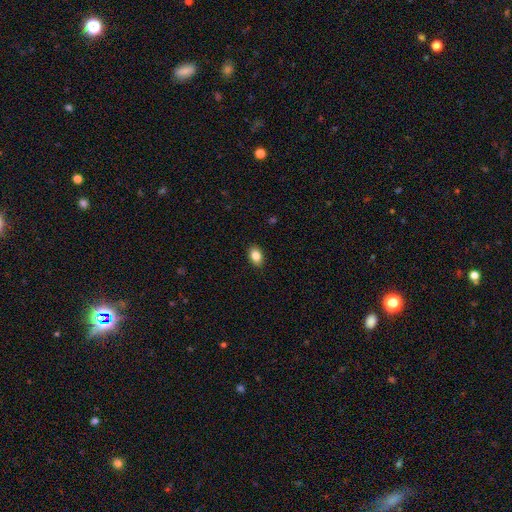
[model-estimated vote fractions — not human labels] A smooth galaxy with no disk features (85%) that is in between round and cigar-shaped (79%).

Vote fractions:
- Smooth or featured? smooth: 85% / star or artifact: 9% / featured or disk: 6%
- How rounded? in between: 79% / round: 20% / cigar-shaped: 1%
- Merging? none: 89% / minor disturbance: 8% / major disturbance: 2% / merger: 1%